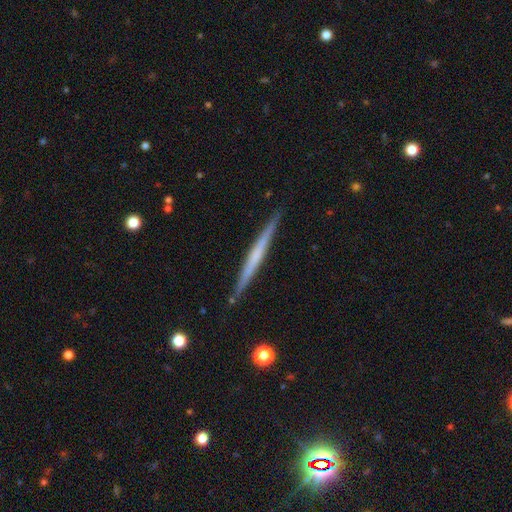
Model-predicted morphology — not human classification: Smooth or featured: featured or disk — 59% (smooth — 35%)
Edge-on disk: yes — 98% (no — 2%)
Edge-on bulge: none — 76% (rounded — 16%)
Merging: none — 90% (minor disturbance — 7%)